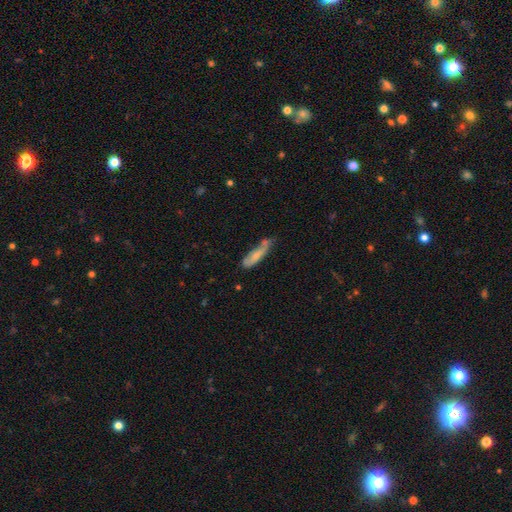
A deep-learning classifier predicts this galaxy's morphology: type=smooth (68%); roundness=cigar-shaped (69%); merging=none (39%).